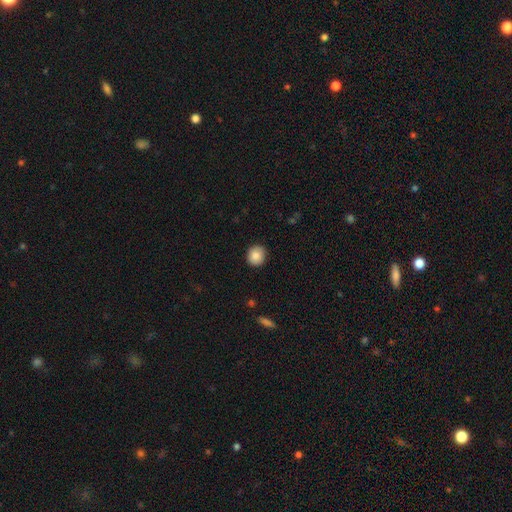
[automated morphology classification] This is clearly a smooth galaxy (87%). How rounded: clearly round (82%). Merging: clearly none (87%).